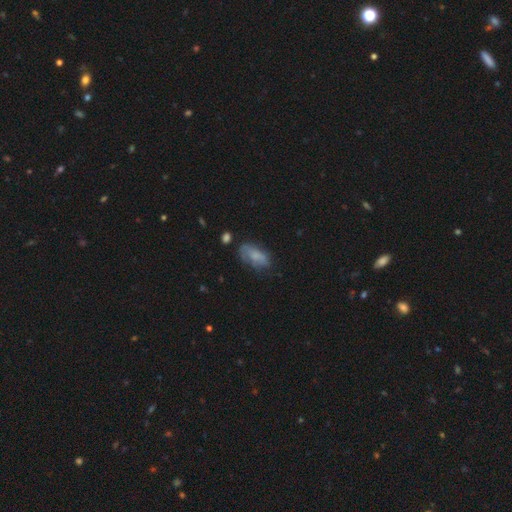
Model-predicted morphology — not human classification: type=smooth (72%); roundness=in between (85%); merging=none (55%).